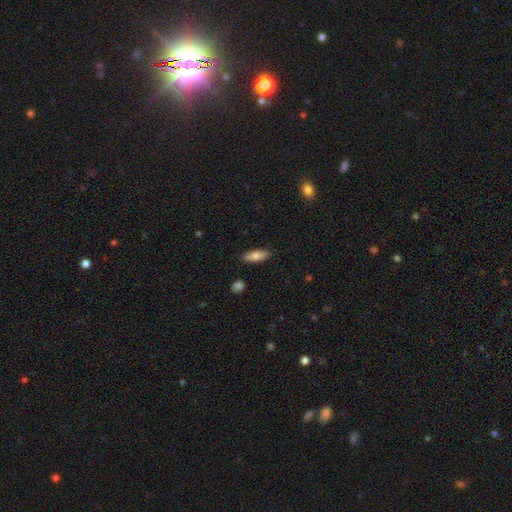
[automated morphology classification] Smooth or featured? smooth (78%)
How rounded? in between (69%)
Merging? none (86%)